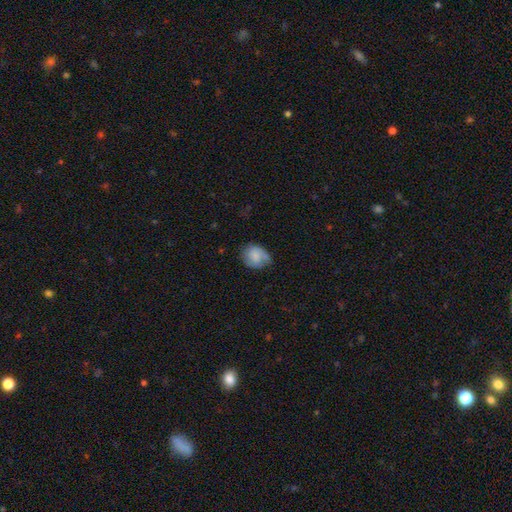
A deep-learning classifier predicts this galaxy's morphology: Smooth or featured: smooth — 65% (featured or disk — 27%)
How rounded: round — 64% (in between — 35%)
Merging: none — 53% (minor disturbance — 33%)